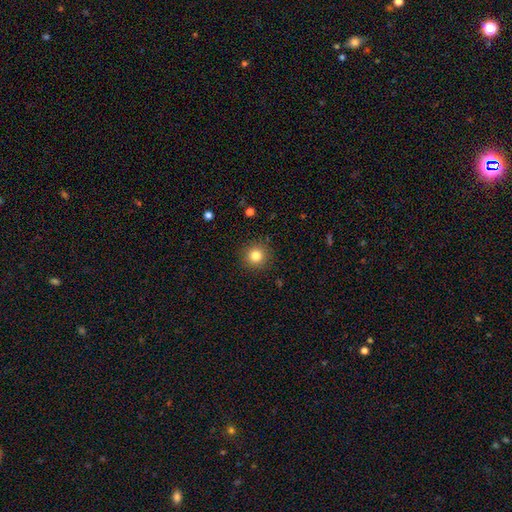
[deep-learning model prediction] A smooth galaxy with no disk features (82%) that is round (95%). Merging: none (91%).